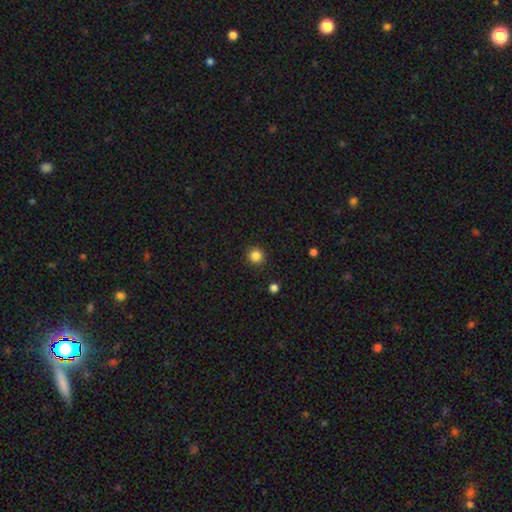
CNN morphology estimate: This is clearly a smooth galaxy (85%). How rounded: clearly round (94%). Merging: clearly none (92%).